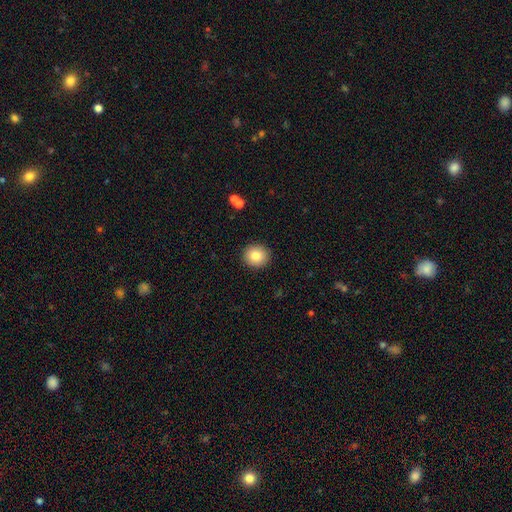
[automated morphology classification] Smooth or featured? smooth (82%)
How rounded? round (89%)
Merging? none (91%)